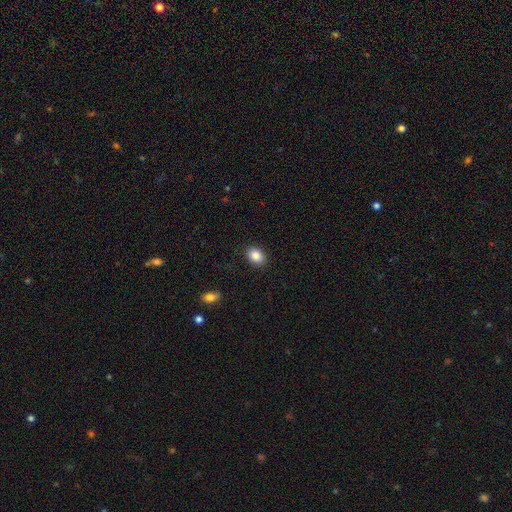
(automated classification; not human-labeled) smooth 87%, star or artifact 8%, featured or disk 5%. Down the decision tree: how rounded — in between (65%); merging — none (89%).